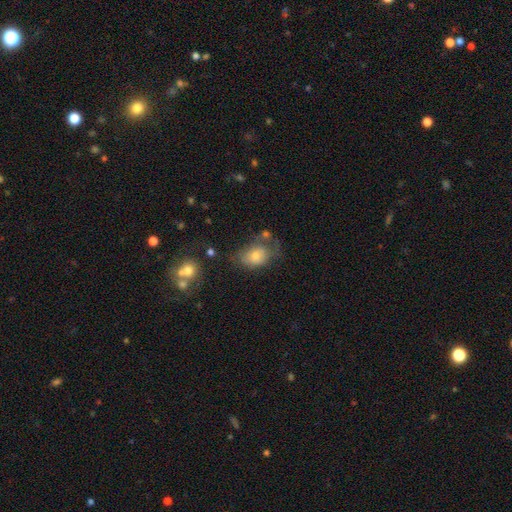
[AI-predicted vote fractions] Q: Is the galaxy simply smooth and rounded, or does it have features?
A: smooth — 67%.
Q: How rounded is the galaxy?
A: in between — 74%.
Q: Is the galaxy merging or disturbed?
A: none — 40%.